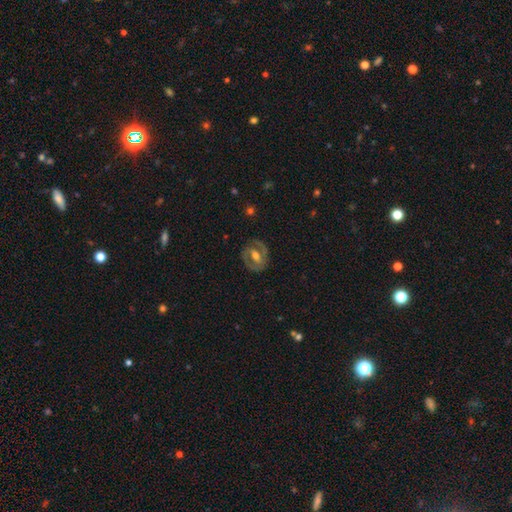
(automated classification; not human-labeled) A featured or disk galaxy (72%) with a weak bar (42%), spiral arms (68%) and a moderate central bulge (70%). Merging: none (80%).